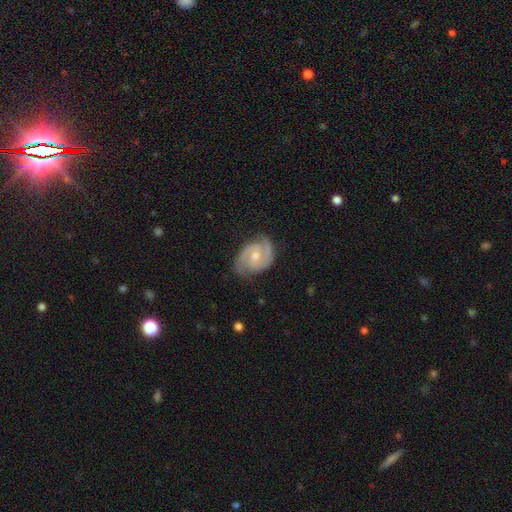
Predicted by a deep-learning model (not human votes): Overall: featured or disk (87%). Edge-on disk: no (97%). Bar: no (49%; weak 42%). Spiral arms: yes (97%). Spiral arm count: 2 (85%). Spiral winding: tight (46%; medium 44%). Bulge size: moderate (64%; small 30%). Merging: none (73%).